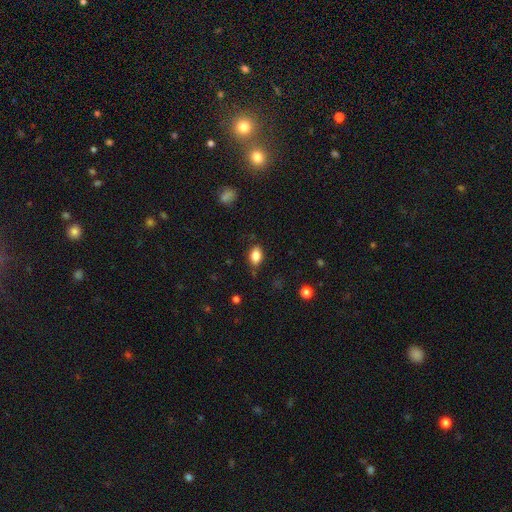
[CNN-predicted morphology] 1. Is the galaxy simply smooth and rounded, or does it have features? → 85% smooth, 9% star or artifact, 6% featured or disk.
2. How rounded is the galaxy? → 87% in between, 11% round, 2% cigar-shaped.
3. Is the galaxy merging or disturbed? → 79% none, 16% minor disturbance, 4% major disturbance, 2% merger.